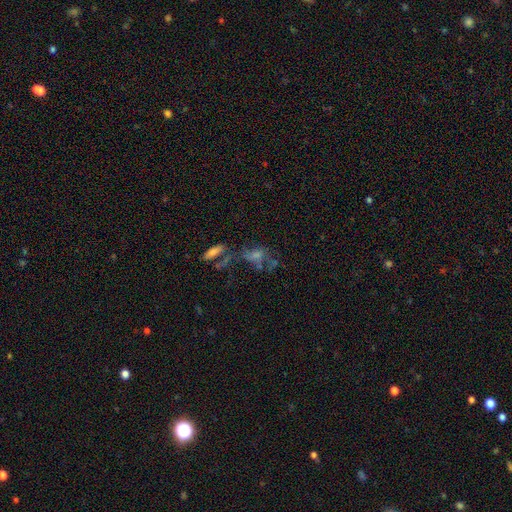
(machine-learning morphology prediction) smooth-or-featured: smooth: 43% | featured or disk: 39% | star or artifact: 18%
  merging: major disturbance: 30% | none: 29% | merger: 26% | minor disturbance: 15%